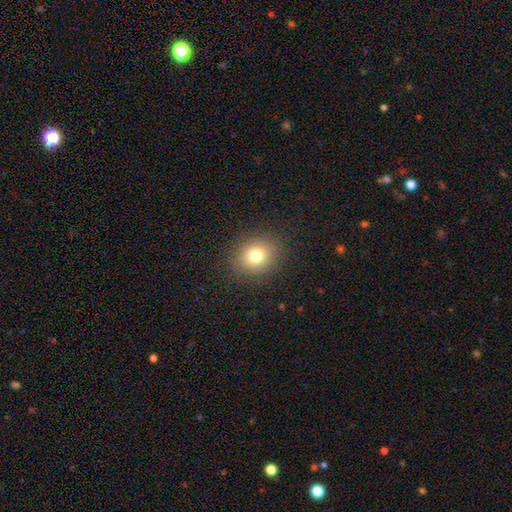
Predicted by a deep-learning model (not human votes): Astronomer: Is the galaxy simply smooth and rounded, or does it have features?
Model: smooth — 78%.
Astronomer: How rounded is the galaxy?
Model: round — 72%.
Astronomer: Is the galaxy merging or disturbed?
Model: none — 88%.